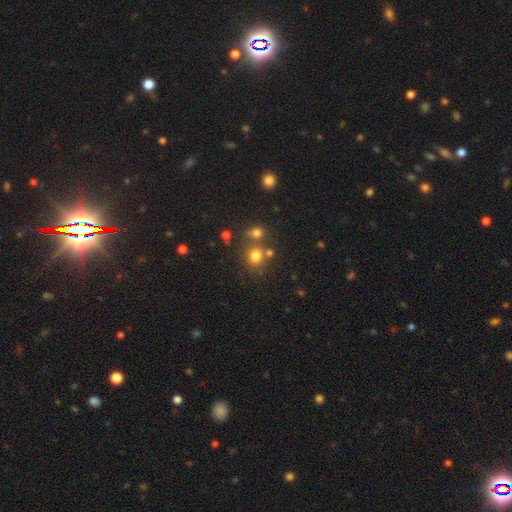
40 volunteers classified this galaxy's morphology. Smooth or featured? 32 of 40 (80%) said smooth. How rounded? 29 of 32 (91%) said round. Merging? 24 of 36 (67%) said none.